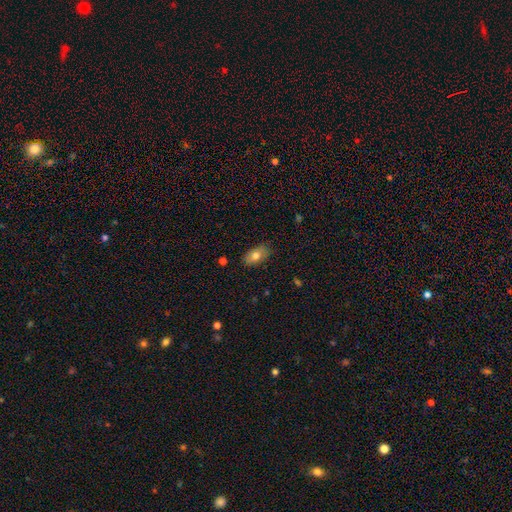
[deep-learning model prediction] Smooth or featured?
  - smooth: 75% *
  - featured or disk: 17%
  - star or artifact: 7%
How rounded?
  - in between: 90% *
  - round: 6%
  - cigar-shaped: 4%
Merging?
  - none: 83% *
  - minor disturbance: 13%
  - major disturbance: 2%
  - merger: 1%